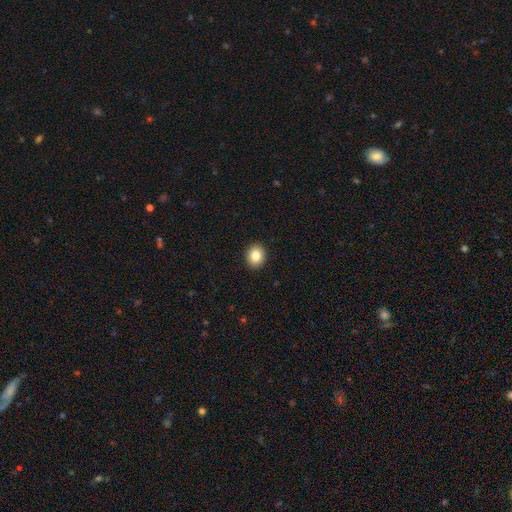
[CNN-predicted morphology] type=smooth (83%); roundness=round (65%); merging=none (92%).